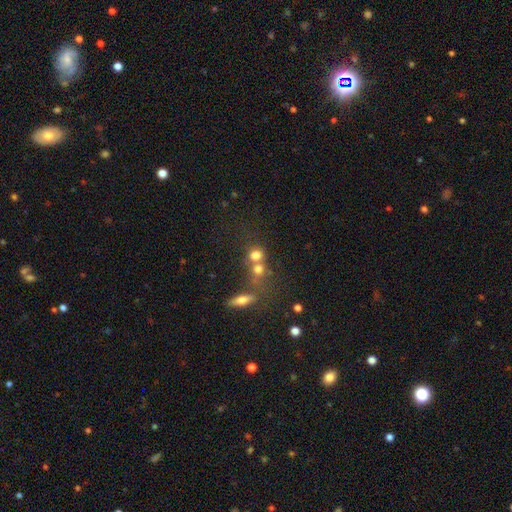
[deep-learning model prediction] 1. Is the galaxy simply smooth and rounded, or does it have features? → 72% smooth, 14% featured or disk, 14% star or artifact.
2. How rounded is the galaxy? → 75% round, 22% in between, 2% cigar-shaped.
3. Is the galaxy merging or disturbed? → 50% merger, 37% none, 7% minor disturbance, 5% major disturbance.